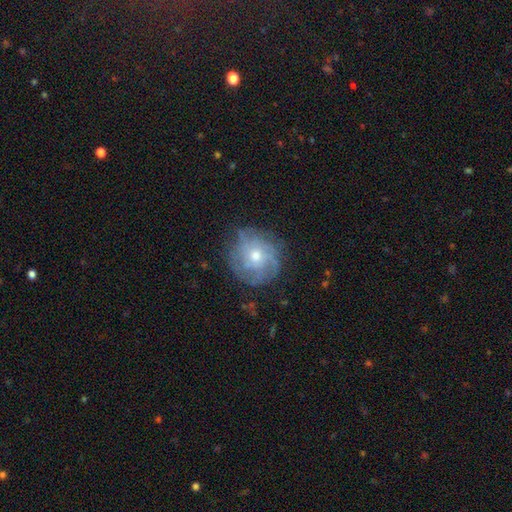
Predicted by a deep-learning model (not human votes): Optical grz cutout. It shows a featured or disk galaxy (61%) with no bar (82%), spiral arms (74%) and a moderate central bulge (62%). Merging: none (75%).